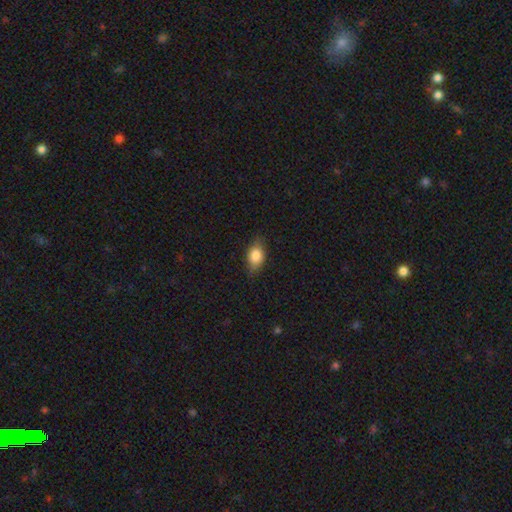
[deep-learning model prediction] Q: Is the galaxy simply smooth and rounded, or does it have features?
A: smooth — 81%.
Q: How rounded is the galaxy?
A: in between — 80%.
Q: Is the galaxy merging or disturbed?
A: none — 79%.